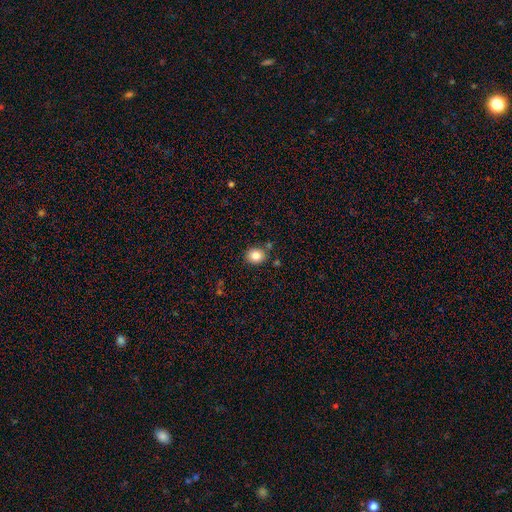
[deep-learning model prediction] Q: Smooth or featured?
A: smooth (84%); runner-up: star or artifact (10%)
Q: How rounded?
A: round (66%); runner-up: in between (33%)
Q: Merging?
A: none (82%); runner-up: minor disturbance (11%)